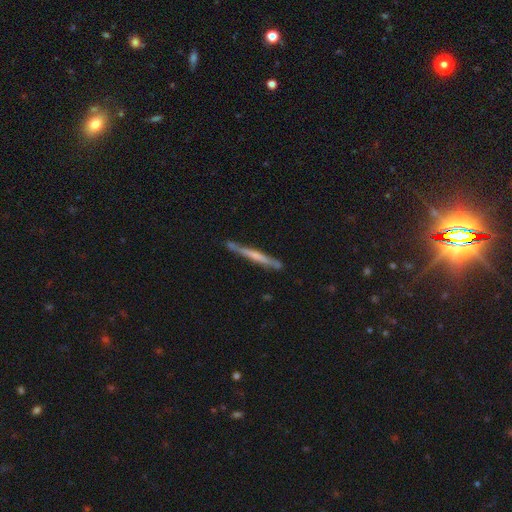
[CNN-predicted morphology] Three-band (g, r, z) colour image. It shows a featured or disk galaxy (51%) viewed edge-on (94%). Merging: none (74%).